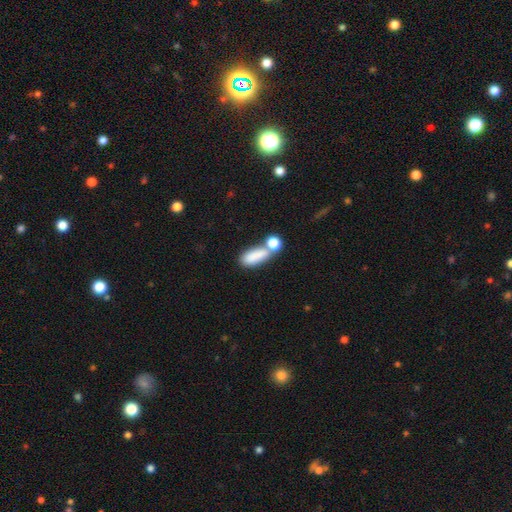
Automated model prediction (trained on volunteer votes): Smooth or featured?
  - smooth: 81% *
  - featured or disk: 10%
  - star or artifact: 9%
How rounded?
  - in between: 72% *
  - cigar-shaped: 21%
  - round: 7%
Merging?
  - none: 44% *
  - merger: 36%
  - minor disturbance: 13%
  - major disturbance: 7%